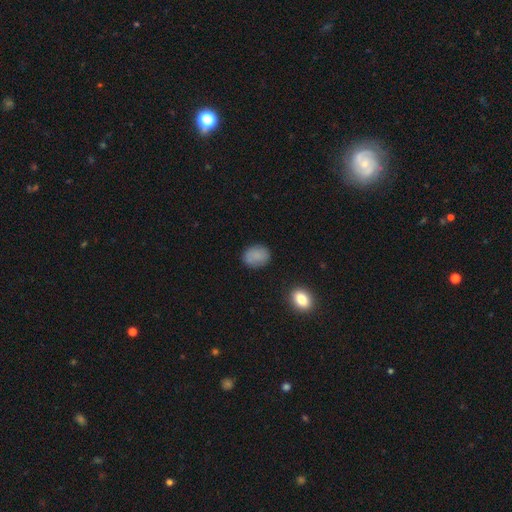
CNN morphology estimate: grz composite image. It shows a smooth galaxy with no disk features (85%) that is in between round and cigar-shaped (55%). Merging: none (82%).